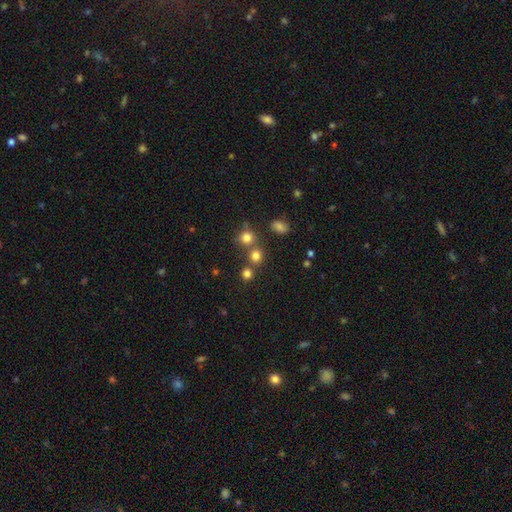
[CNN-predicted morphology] smooth-or-featured: smooth: 76% | star or artifact: 17% | featured or disk: 6%
  how-rounded: round: 86% | in between: 13% | cigar-shaped: 1%
  merging: none: 67% | merger: 23% | minor disturbance: 7% | major disturbance: 3%